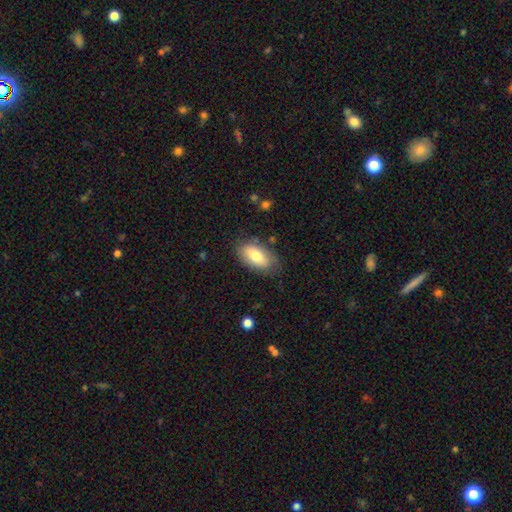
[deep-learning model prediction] Morphology: type=smooth (75%); roundness=in between (92%); merging=none (77%).